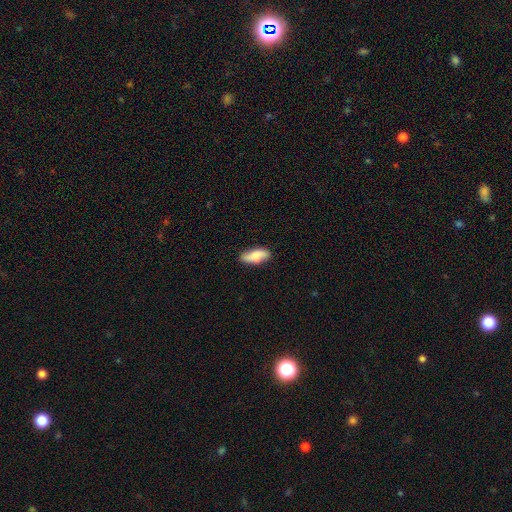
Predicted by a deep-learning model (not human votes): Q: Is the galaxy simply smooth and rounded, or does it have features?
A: smooth — 68%.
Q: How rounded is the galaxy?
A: in between — 76%.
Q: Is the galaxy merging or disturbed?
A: none — 76%.